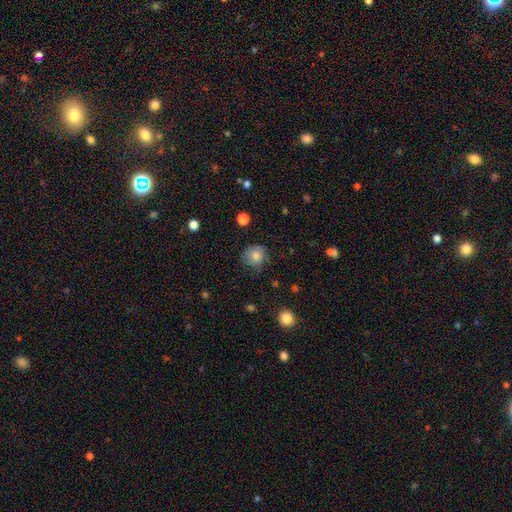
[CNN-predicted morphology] type=smooth (80%); roundness=round (84%); merging=none (74%).